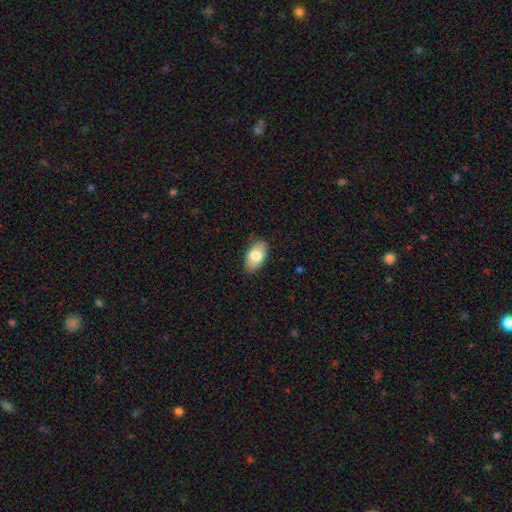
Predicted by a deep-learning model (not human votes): Smooth or featured?
  - smooth: 76% *
  - featured or disk: 17%
  - star or artifact: 6%
How rounded?
  - in between: 94% *
  - round: 4%
  - cigar-shaped: 2%
Merging?
  - none: 84% *
  - minor disturbance: 13%
  - major disturbance: 2%
  - merger: 1%